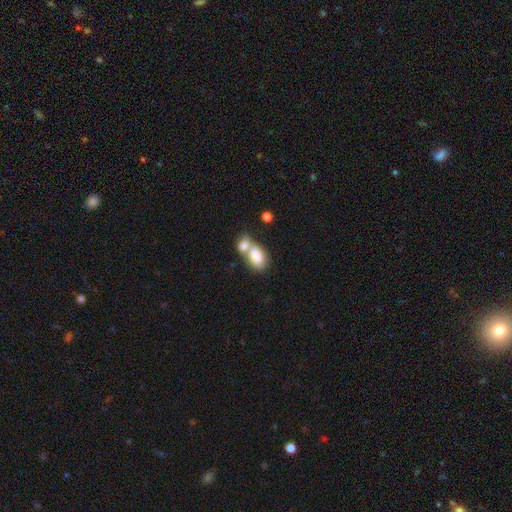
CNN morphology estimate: type=smooth (78%); roundness=in between (85%); merging=merger (68%).